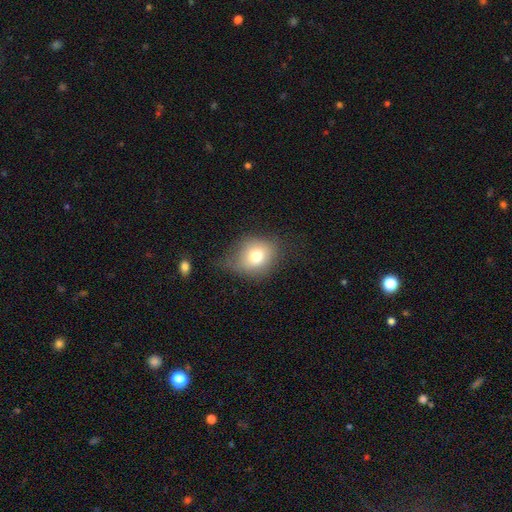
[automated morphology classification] The model was most divided on "merging": none: 57%, minor disturbance: 29%, major disturbance: 12%, merger: 2%. More confident: smooth or featured — smooth (73%); how rounded — round (64%).